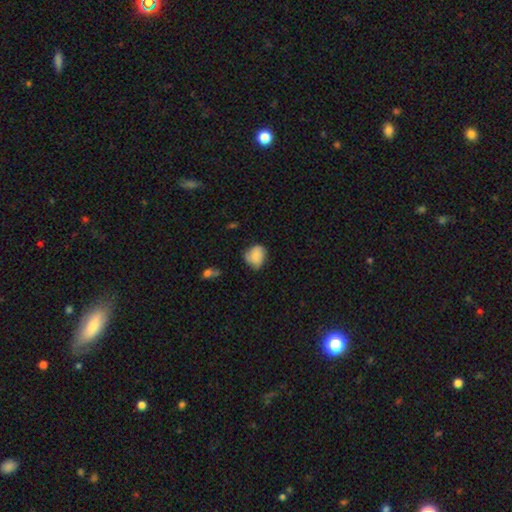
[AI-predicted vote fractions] Smooth or featured: smooth — 78% (featured or disk — 14%)
How rounded: round — 66% (in between — 33%)
Merging: none — 61% (minor disturbance — 31%)